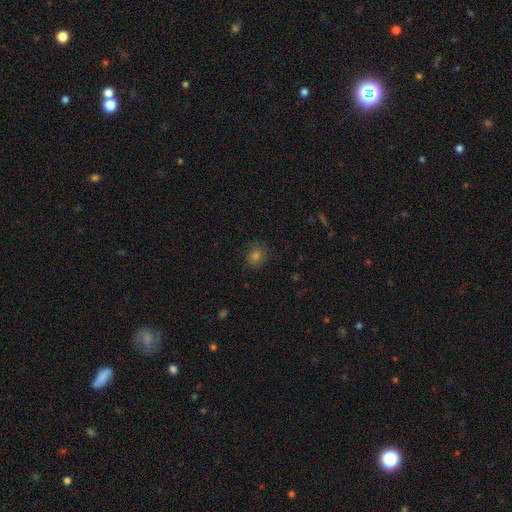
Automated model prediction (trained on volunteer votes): This is likely a smooth galaxy (75%). How rounded: clearly round (81%). Merging: clearly none (86%).